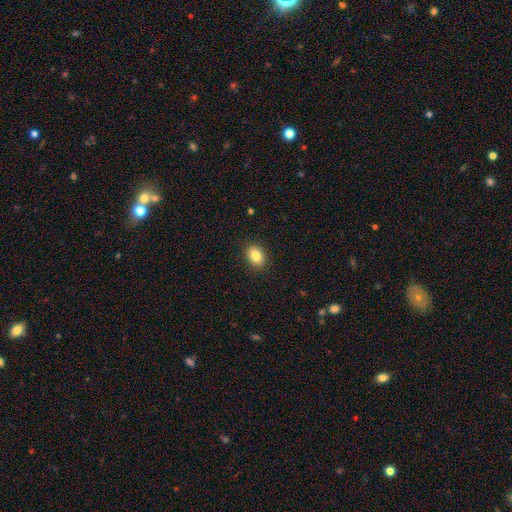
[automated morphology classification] Smooth or featured?
  - smooth: 84% *
  - star or artifact: 9%
  - featured or disk: 7%
How rounded?
  - in between: 70% *
  - round: 29%
  - cigar-shaped: 1%
Merging?
  - none: 90% *
  - minor disturbance: 7%
  - major disturbance: 2%
  - merger: 1%